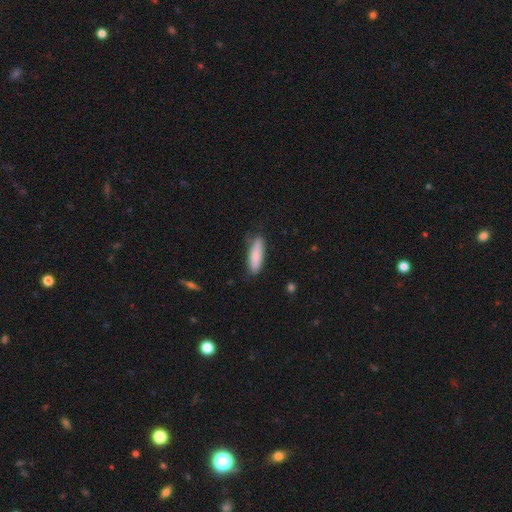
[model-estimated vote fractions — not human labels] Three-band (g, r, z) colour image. It shows a smooth galaxy with no disk features (84%) that is cigar-shaped (59%). Merging: none (77%).